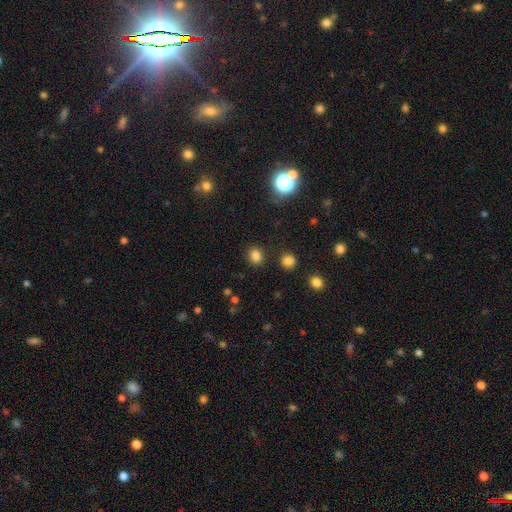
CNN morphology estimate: smooth_or_featured: smooth (p=0.81) [alt: star or artifact p=0.14]
how_rounded: round (p=0.70) [alt: in between p=0.29]
merging: none (p=0.87) [alt: minor disturbance p=0.07]